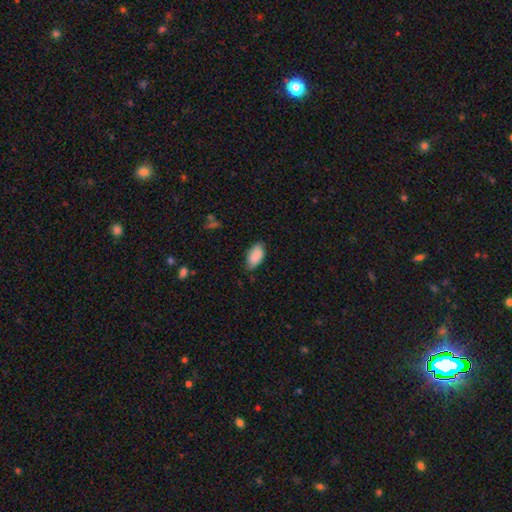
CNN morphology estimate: The model was most divided on "merging": none: 77%, minor disturbance: 19%, major disturbance: 3%, merger: 1%. More confident: how rounded — in between (94%); smooth or featured — smooth (89%).